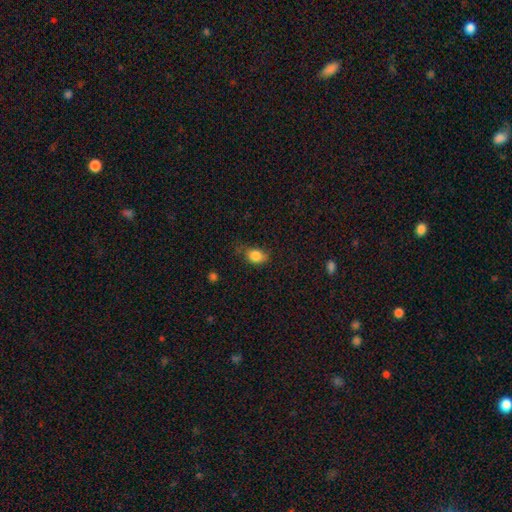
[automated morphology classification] type=smooth (84%); roundness=in between (63%); merging=none (55%).